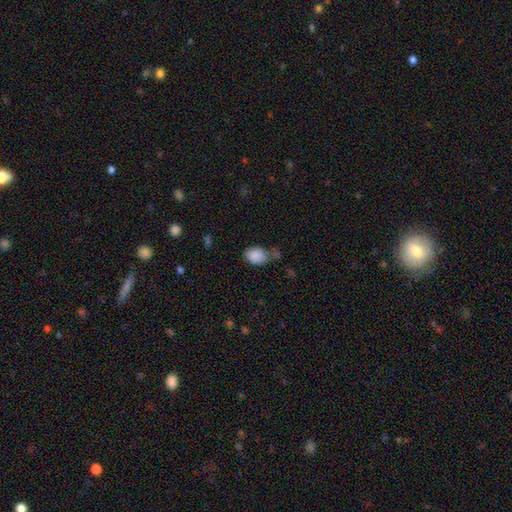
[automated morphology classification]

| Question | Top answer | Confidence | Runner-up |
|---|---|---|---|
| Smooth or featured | smooth | 88% | star or artifact (8%) |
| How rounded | in between | 75% | round (24%) |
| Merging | none | 62% | minor disturbance (20%) |